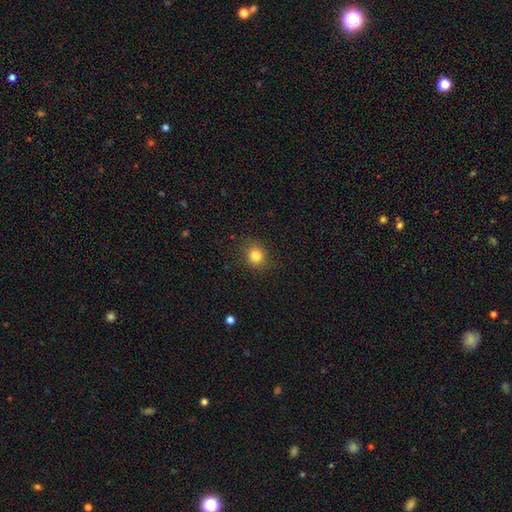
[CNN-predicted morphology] Smooth or featured? smooth (83%)
How rounded? round (79%)
Merging? none (88%)